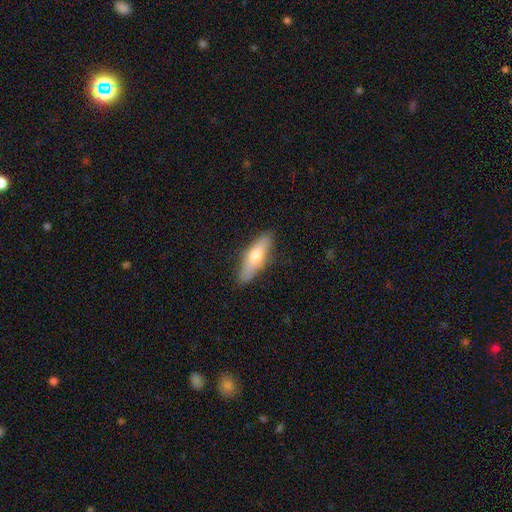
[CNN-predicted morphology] smooth_or_featured: smooth (p=0.62) [alt: featured or disk p=0.32]
how_rounded: cigar-shaped (p=0.57) [alt: in between p=0.41]
merging: none (p=0.84) [alt: minor disturbance p=0.12]